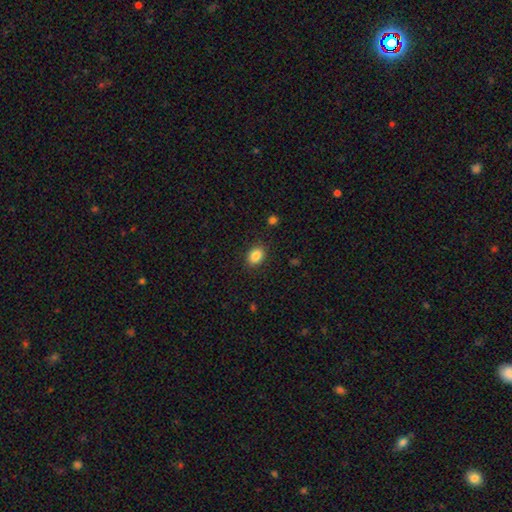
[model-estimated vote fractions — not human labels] Q: Smooth or featured?
A: smooth (86%); runner-up: star or artifact (9%)
Q: How rounded?
A: in between (71%); runner-up: round (28%)
Q: Merging?
A: none (87%); runner-up: minor disturbance (10%)